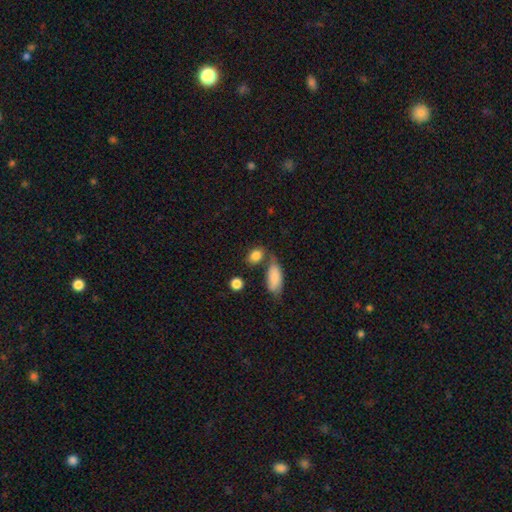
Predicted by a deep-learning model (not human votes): A smooth galaxy with no disk features (85%) that is in between round and cigar-shaped (66%). Merging: none (62%).